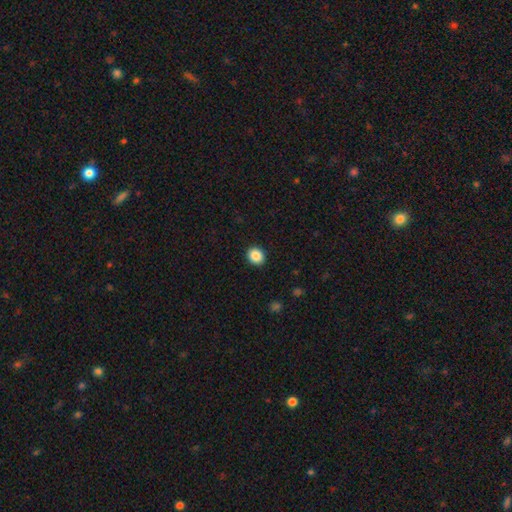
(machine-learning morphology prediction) A smooth galaxy with no disk features (87%) that is round (70%). Merging: none (92%).